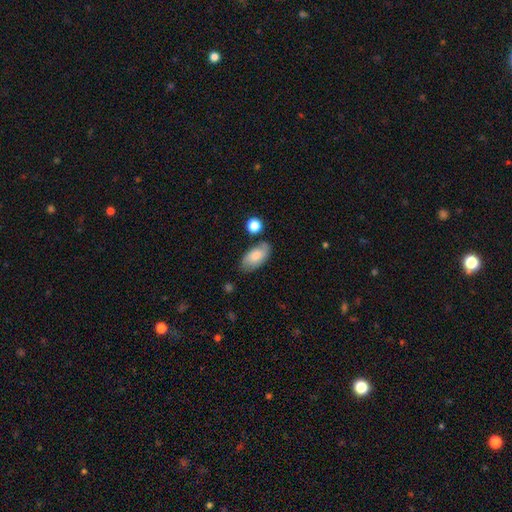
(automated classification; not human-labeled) Morphology: type=smooth (75%); roundness=in between (93%); merging=none (71%).